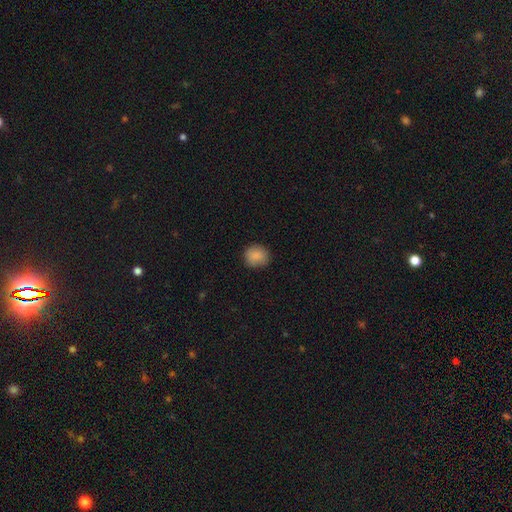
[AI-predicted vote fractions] smooth-or-featured: smooth: 87% | star or artifact: 9% | featured or disk: 5%
  how-rounded: round: 75% | in between: 24% | cigar-shaped: 1%
  merging: none: 81% | minor disturbance: 14% | major disturbance: 3% | merger: 1%